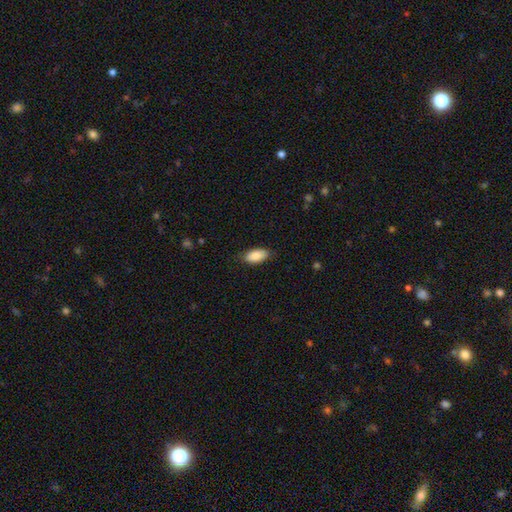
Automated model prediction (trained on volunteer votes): Smooth or featured? Predicted: smooth (p=0.88). How rounded? Predicted: in between (p=0.92). Merging? Predicted: none (p=0.81).